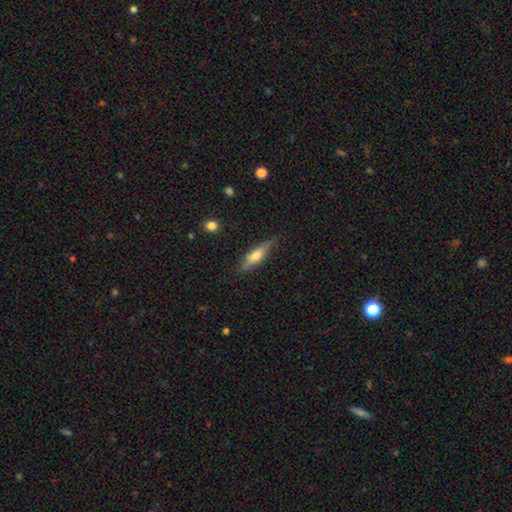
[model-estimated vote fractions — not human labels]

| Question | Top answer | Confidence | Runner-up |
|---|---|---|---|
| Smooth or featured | smooth | 52% | featured or disk (42%) |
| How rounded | cigar-shaped | 65% | in between (33%) |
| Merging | none | 78% | minor disturbance (17%) |